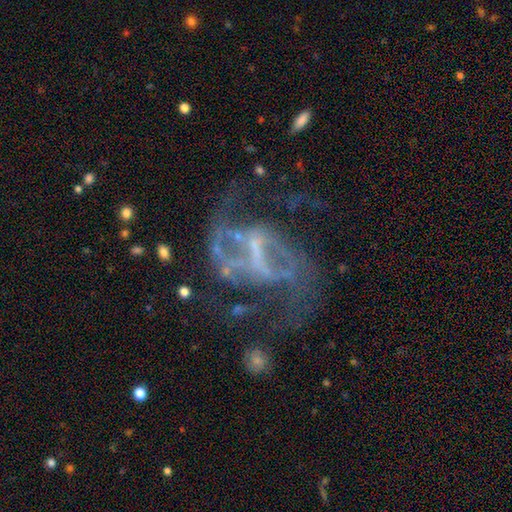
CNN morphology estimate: Q: Smooth or featured?
A: featured or disk (83%); runner-up: star or artifact (11%)
Q: Edge-on disk?
A: no (97%); runner-up: yes (3%)
Q: Bar?
A: strong (44%); runner-up: weak (36%)
Q: Spiral arms?
A: yes (80%); runner-up: no (20%)
Q: Spiral winding?
A: loose (45%); runner-up: medium (42%)
Q: Spiral arm count?
A: 2 (71%); runner-up: can't tell (14%)
Q: Bulge size?
A: none (54%); runner-up: small (31%)
Q: Merging?
A: none (44%); runner-up: major disturbance (33%)